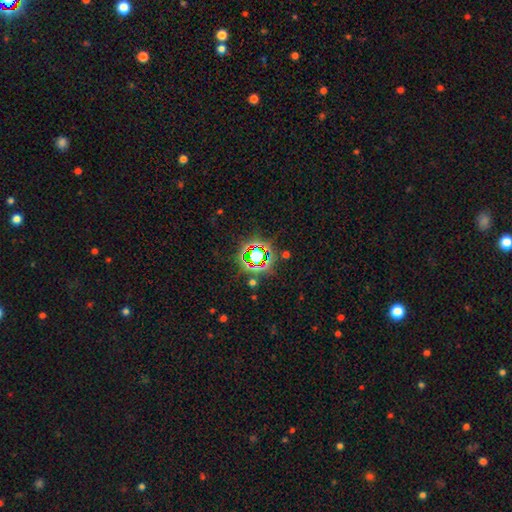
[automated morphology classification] smooth-or-featured: star or artifact: 71% | smooth: 17% | featured or disk: 12%